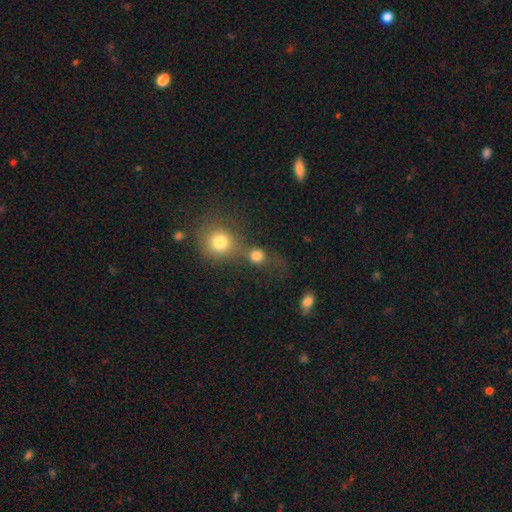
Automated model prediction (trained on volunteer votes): Overall: smooth (79%). How rounded: round (86%). Merging: none (42%; merger 41%).